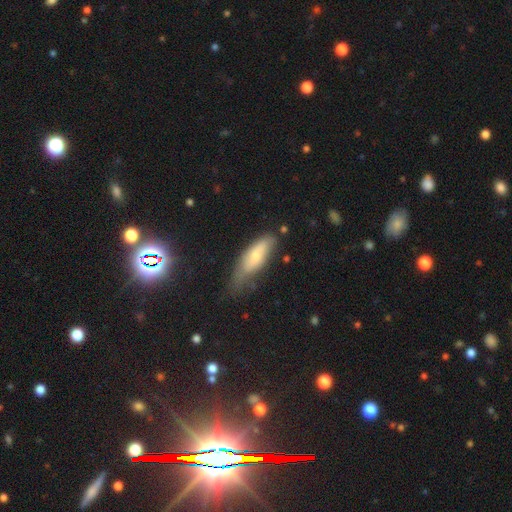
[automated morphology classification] type=smooth (65%); roundness=in between (60%); merging=minor disturbance (40%).